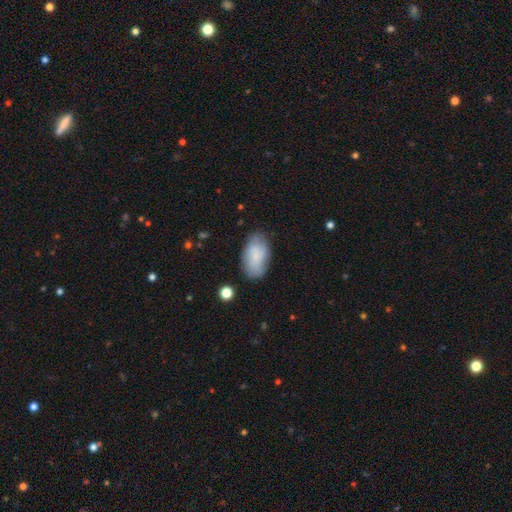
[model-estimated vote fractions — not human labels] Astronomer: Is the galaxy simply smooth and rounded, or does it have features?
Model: smooth — 77%.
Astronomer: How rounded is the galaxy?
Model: in between — 93%.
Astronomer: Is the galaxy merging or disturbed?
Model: none — 73%.